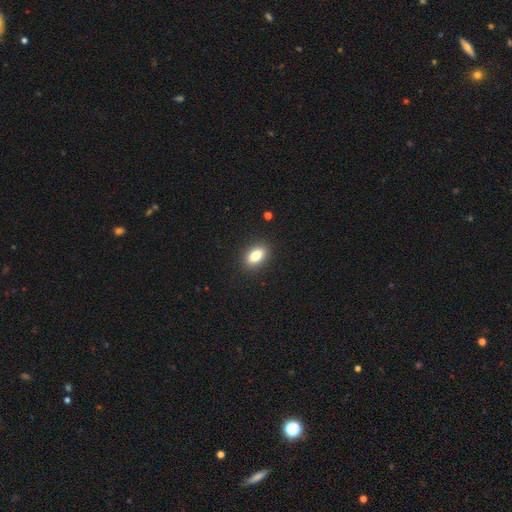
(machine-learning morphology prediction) Smooth or featured: smooth — 82% (featured or disk — 9%)
How rounded: in between — 86% (round — 11%)
Merging: none — 89% (minor disturbance — 8%)